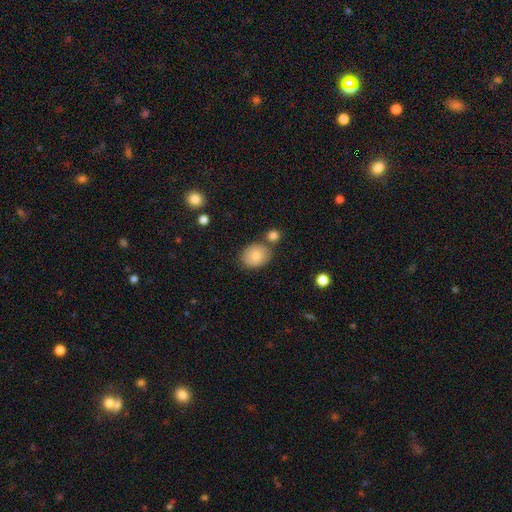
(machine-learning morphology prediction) Smooth or featured?
  - smooth: 80% *
  - featured or disk: 12%
  - star or artifact: 8%
How rounded?
  - round: 50% *
  - in between: 49%
  - cigar-shaped: 1%
Merging?
  - none: 70% *
  - merger: 14%
  - minor disturbance: 13%
  - major disturbance: 3%